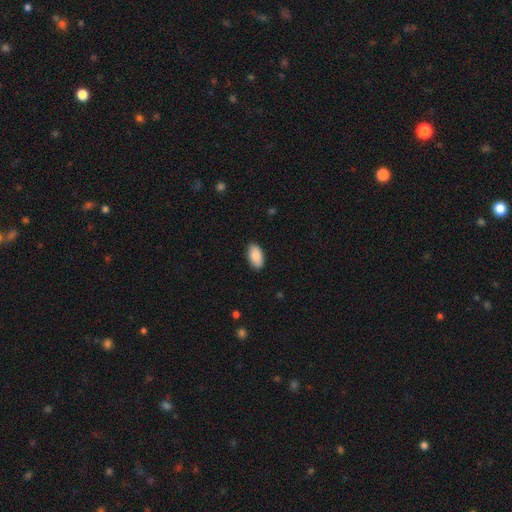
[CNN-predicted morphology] Q: Smooth or featured?
A: smooth (89%); runner-up: star or artifact (6%)
Q: How rounded?
A: in between (95%); runner-up: round (3%)
Q: Merging?
A: none (88%); runner-up: minor disturbance (9%)